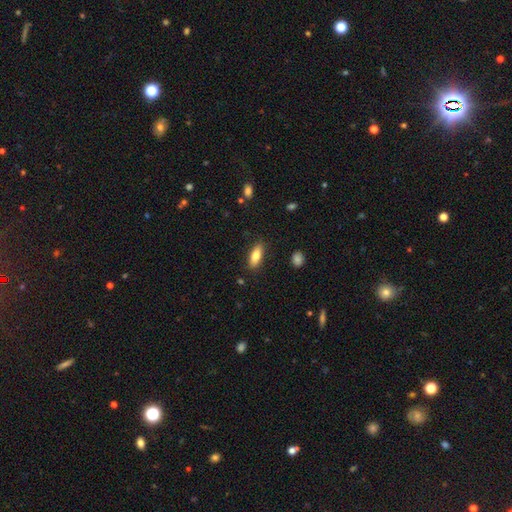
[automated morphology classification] A smooth galaxy with no disk features (79%) that is in between round and cigar-shaped (70%). Merging: none (86%).